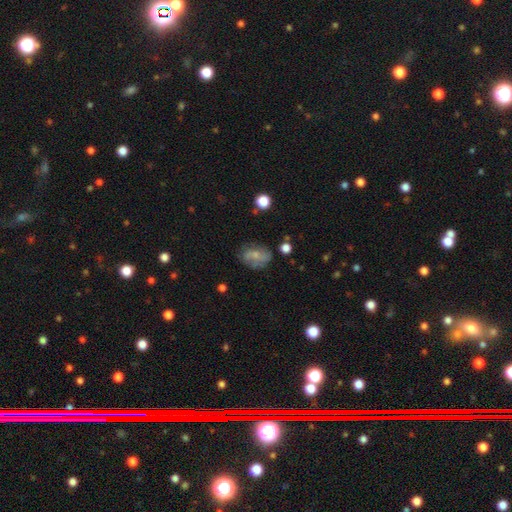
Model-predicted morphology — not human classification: Smooth or featured? Predicted: smooth (p=0.50). How rounded? Predicted: in between (p=0.77). Merging? Predicted: none (p=0.55).